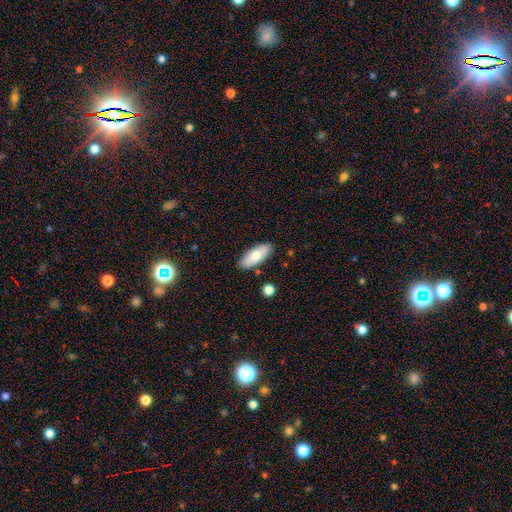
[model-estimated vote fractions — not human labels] Overall: smooth (73%). How rounded: in between (81%). Merging: none (86%).